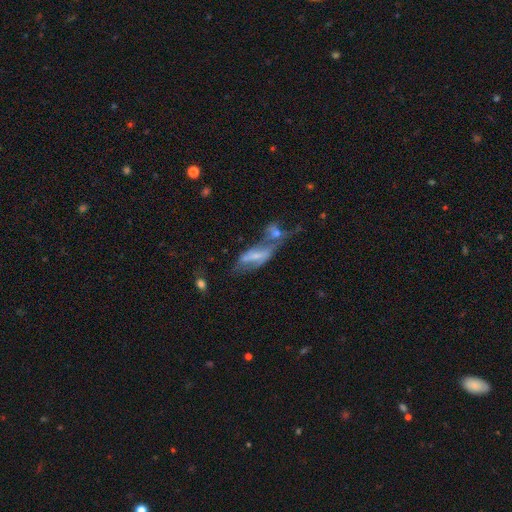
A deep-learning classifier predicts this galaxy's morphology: This is likely a featured or disk galaxy (60%). It is clearly not viewed edge-on (80%). Merging: possibly merger (48%).